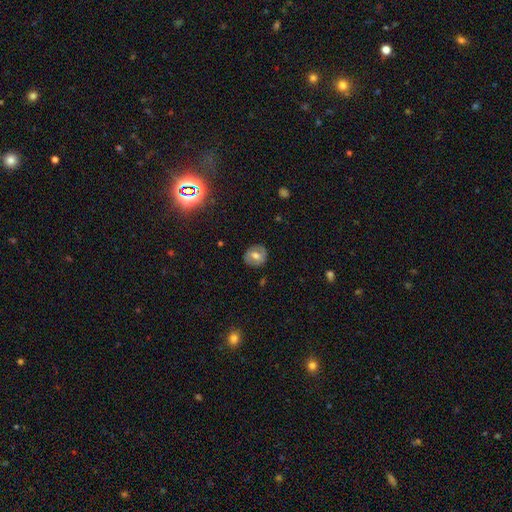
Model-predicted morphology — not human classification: A smooth galaxy with no disk features (48%).

Vote fractions:
- Smooth or featured? smooth: 48% / featured or disk: 43% / star or artifact: 9%
- Merging? none: 82% / minor disturbance: 13% / major disturbance: 4% / merger: 1%